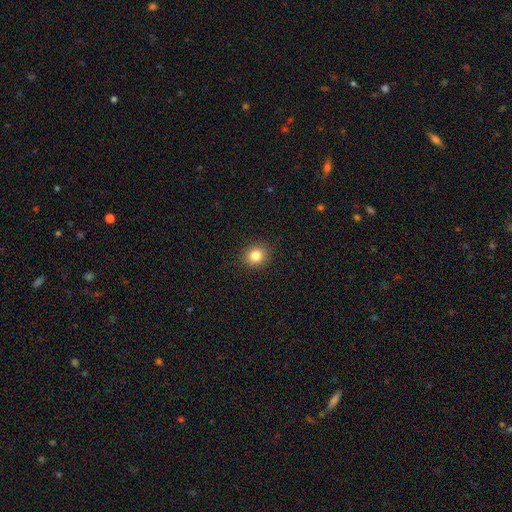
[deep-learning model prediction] Overall: smooth (83%). How rounded: round (80%). Merging: none (91%).